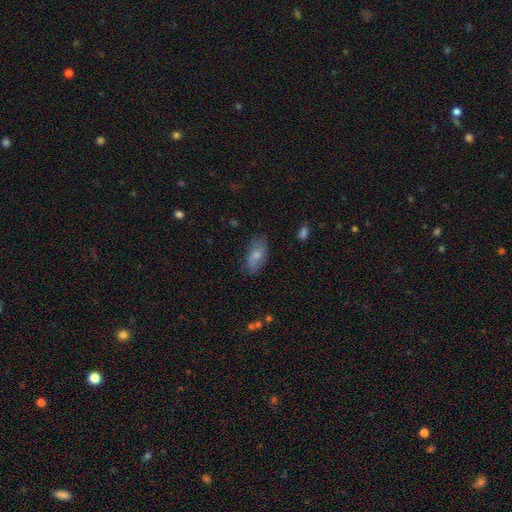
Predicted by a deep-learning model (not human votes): smooth-or-featured: smooth: 73% | featured or disk: 20% | star or artifact: 7%
  how-rounded: in between: 92% | cigar-shaped: 5% | round: 4%
  merging: none: 73% | minor disturbance: 21% | major disturbance: 5% | merger: 2%